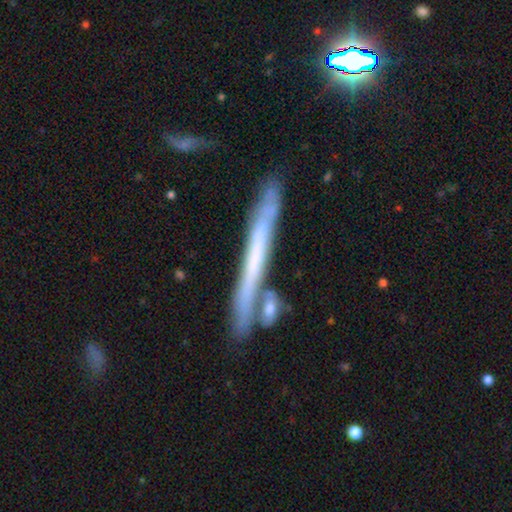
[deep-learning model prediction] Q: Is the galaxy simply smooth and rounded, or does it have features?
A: featured or disk — 54%.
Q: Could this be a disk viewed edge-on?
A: yes — 91%.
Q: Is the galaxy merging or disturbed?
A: none — 76%.